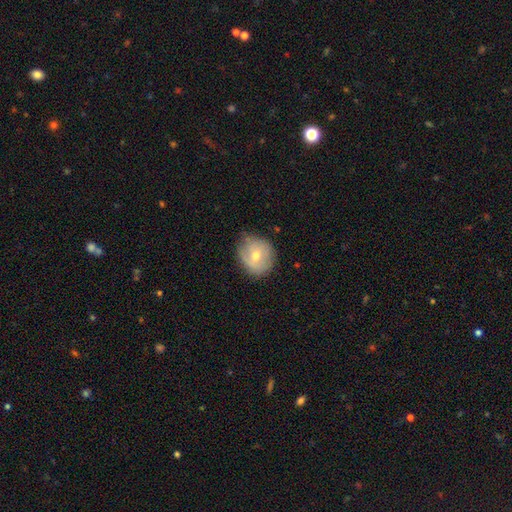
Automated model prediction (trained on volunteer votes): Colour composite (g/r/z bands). It shows a smooth galaxy with no disk features (54%) that is round (79%). Merging: none (67%).